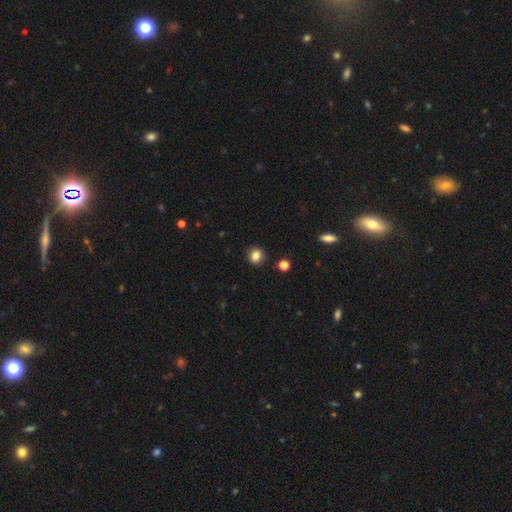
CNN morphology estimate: smooth_or_featured: smooth (p=0.84) [alt: star or artifact p=0.11]
how_rounded: round (p=0.73) [alt: in between p=0.26]
merging: none (p=0.89) [alt: minor disturbance p=0.07]